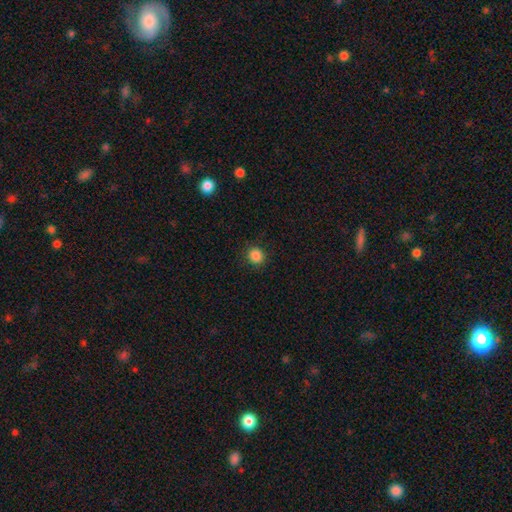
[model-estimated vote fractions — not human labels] A smooth galaxy with no disk features (86%) that is round (90%).

Vote fractions:
- Smooth or featured? smooth: 86% / star or artifact: 11% / featured or disk: 3%
- How rounded? round: 90% / in between: 9% / cigar-shaped: 1%
- Merging? none: 90% / minor disturbance: 6% / major disturbance: 2% / merger: 1%